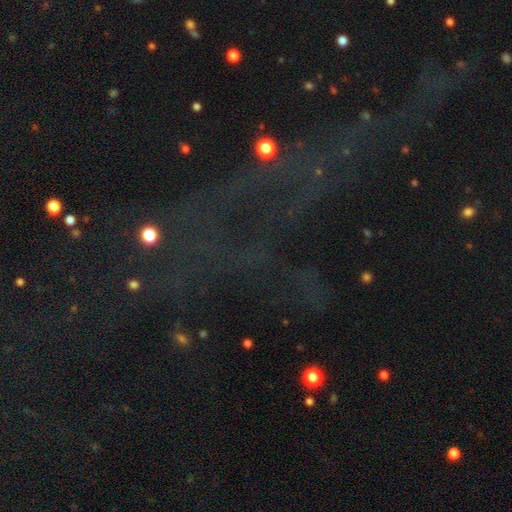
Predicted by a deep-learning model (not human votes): Morphology: type=star or artifact (70%).